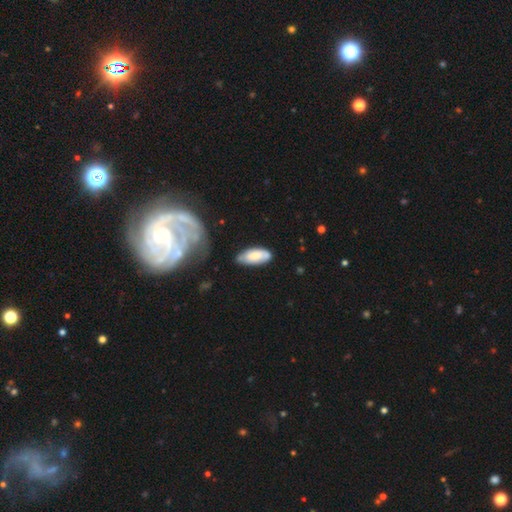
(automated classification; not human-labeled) The model was most divided on "merging": none: 61%, minor disturbance: 27%, major disturbance: 6%, merger: 6%. More confident: how rounded — in between (84%); smooth or featured — smooth (70%).